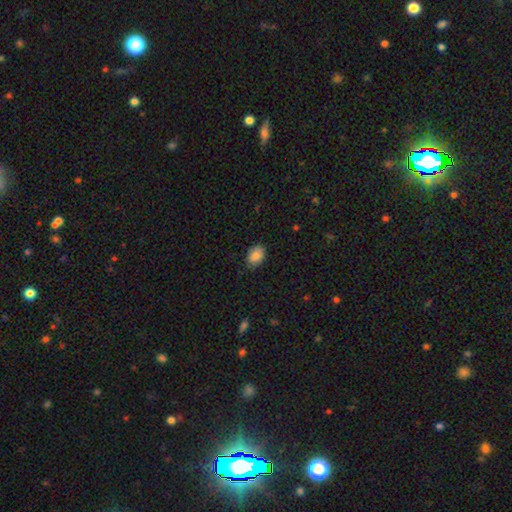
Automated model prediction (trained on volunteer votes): Smooth or featured? Predicted: smooth (p=0.84). How rounded? Predicted: in between (p=0.78). Merging? Predicted: none (p=0.83).